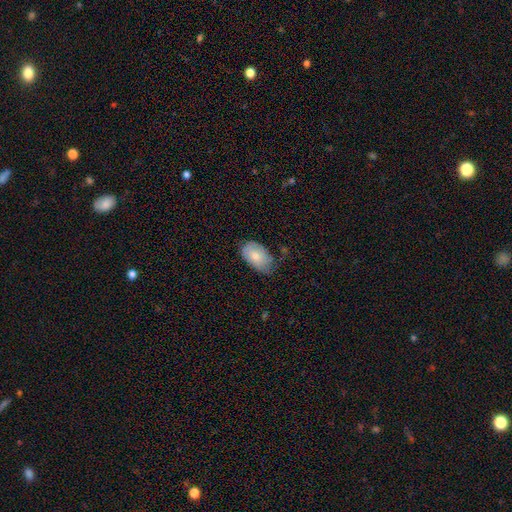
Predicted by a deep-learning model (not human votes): Overall: smooth (77%). How rounded: in between (93%). Merging: none (54%; minor disturbance 37%).